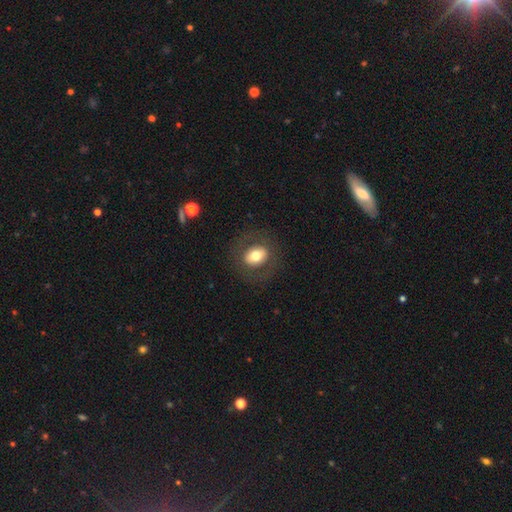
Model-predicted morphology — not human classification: The model was most divided on "how rounded": in between: 51%, round: 48%, cigar-shaped: 1%. More confident: merging — none (82%); smooth or featured — smooth (63%).